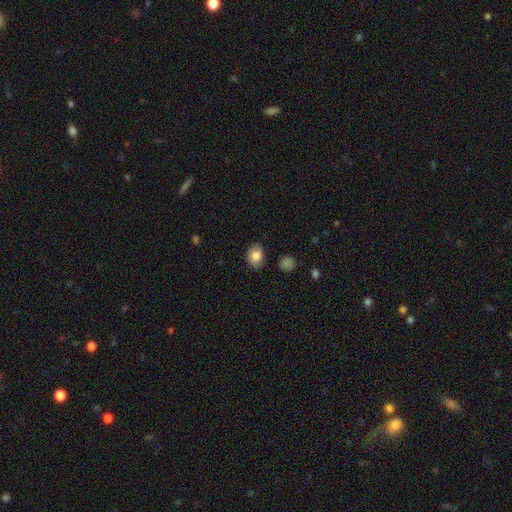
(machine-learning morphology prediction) smooth-or-featured: smooth: 84% | star or artifact: 8% | featured or disk: 8%
  how-rounded: in between: 65% | round: 34% | cigar-shaped: 1%
  merging: none: 78% | minor disturbance: 17% | major disturbance: 3% | merger: 2%